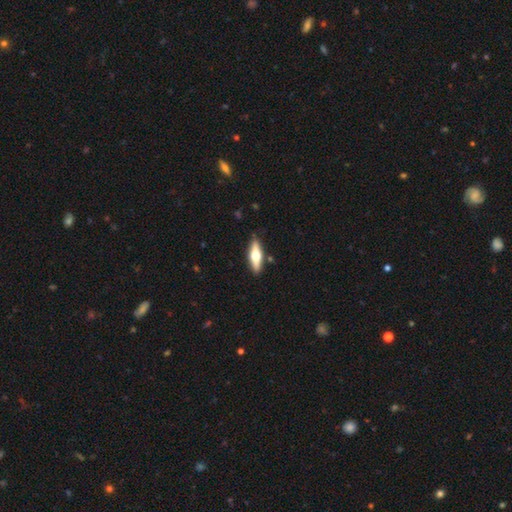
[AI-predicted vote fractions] Smooth or featured? smooth (47%, tied with featured or disk)
Merging? none (86%)